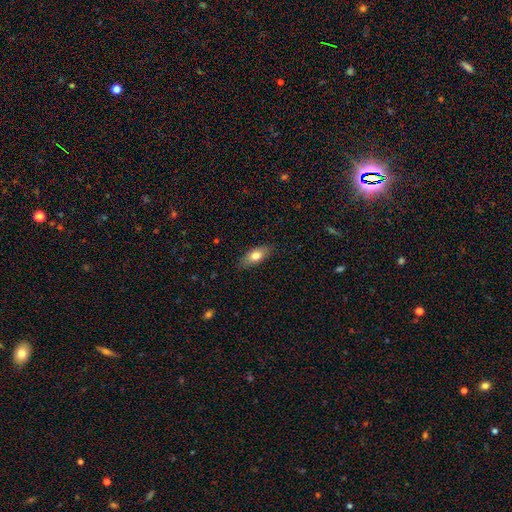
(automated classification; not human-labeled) The model was most divided on "smooth or featured": smooth: 74%, featured or disk: 19%, star or artifact: 7%. More confident: merging — none (85%); how rounded — in between (79%).